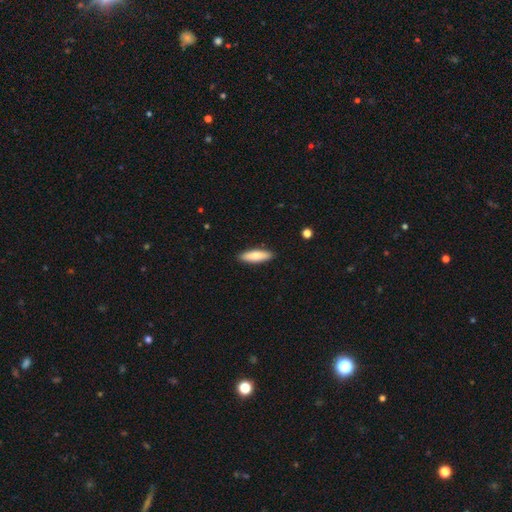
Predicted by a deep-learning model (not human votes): Overall: smooth (79%). How rounded: cigar-shaped (55%; in between 43%). Merging: none (90%).